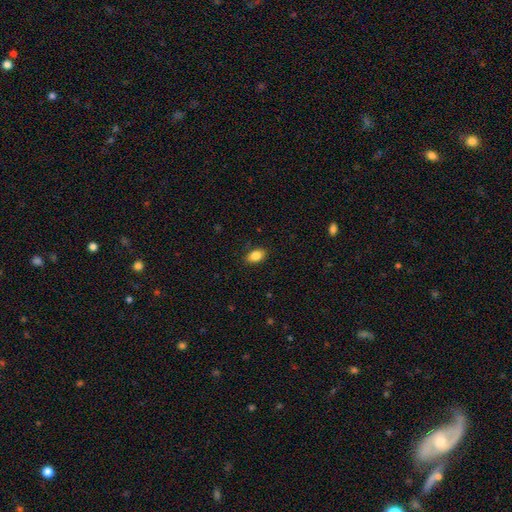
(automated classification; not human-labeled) This is clearly a smooth galaxy (86%). How rounded: clearly in between (88%). Merging: clearly none (87%).